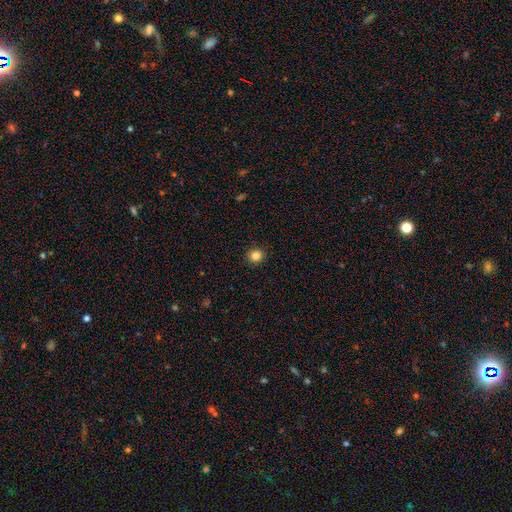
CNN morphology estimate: This appears to be a smooth galaxy with no disk features (84%) that is round (88%). Merging: none (91%).